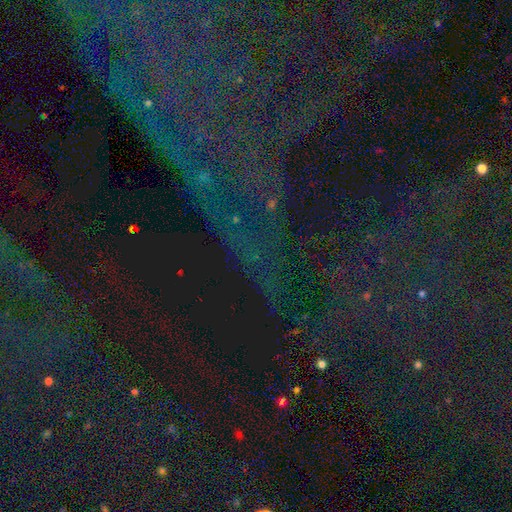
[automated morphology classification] Smooth or featured?
  - star or artifact: 83% *
  - smooth: 9%
  - featured or disk: 8%